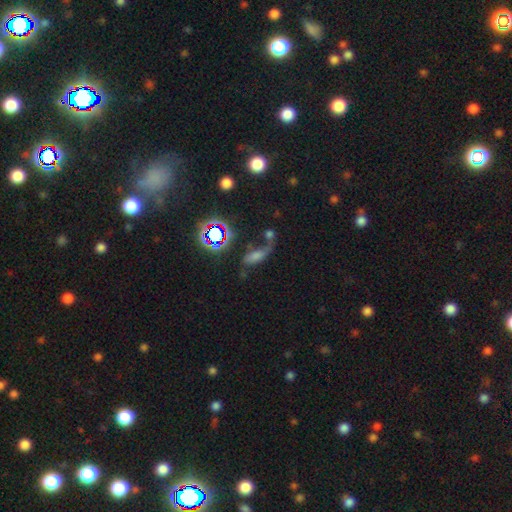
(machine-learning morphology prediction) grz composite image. It shows a smooth galaxy with no disk features (47%). Merging: none (36%).